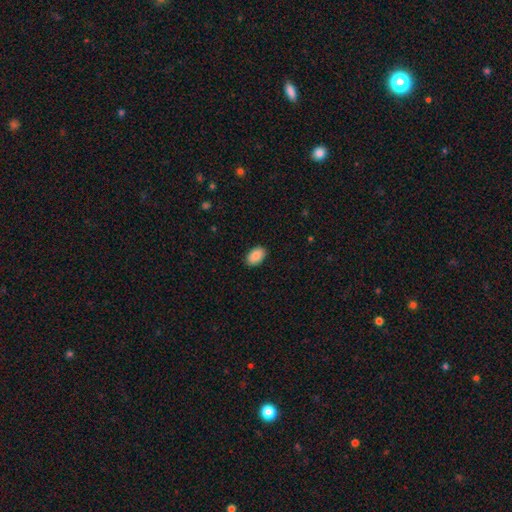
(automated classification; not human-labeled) This is clearly a smooth galaxy (90%). How rounded: clearly in between (93%). Merging: clearly none (90%).